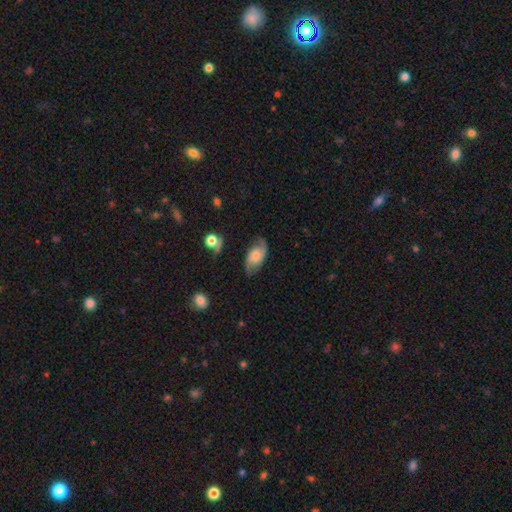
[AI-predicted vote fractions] Smooth or featured? featured or disk (64%)
Edge-on disk? no (95%)
Bar? no (63%)
Spiral arms? yes (91%)
Spiral winding? medium (45%)
Spiral arm count? 2 (84%)
Bulge size? small (32%)
Merging? none (71%)